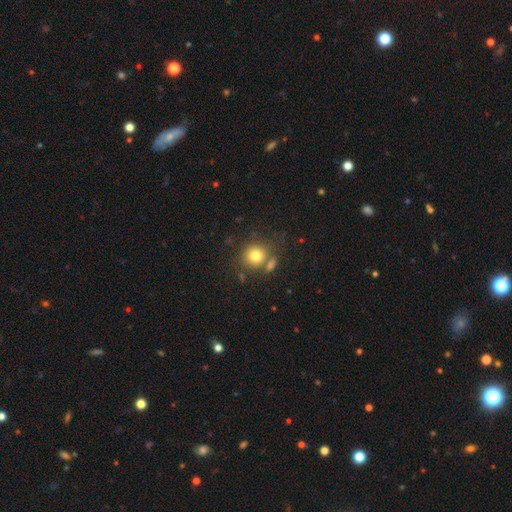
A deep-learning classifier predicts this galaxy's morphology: smooth-or-featured: smooth: 78% | star or artifact: 12% | featured or disk: 10%
  how-rounded: round: 87% | in between: 12% | cigar-shaped: 1%
  merging: none: 67% | merger: 18% | minor disturbance: 11% | major disturbance: 5%